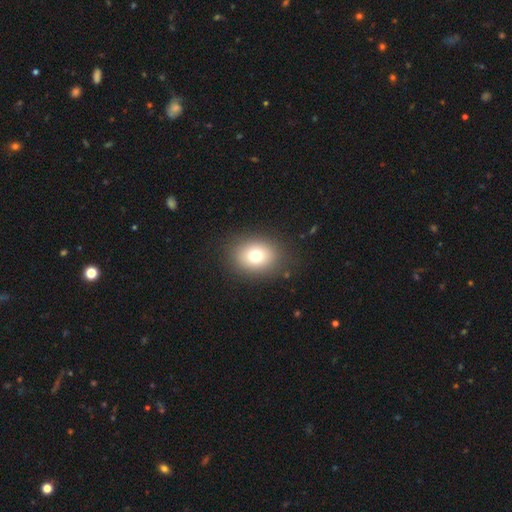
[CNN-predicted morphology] The model was most divided on "how rounded": in between: 53%, round: 46%, cigar-shaped: 1%. More confident: merging — none (87%); smooth or featured — smooth (75%).